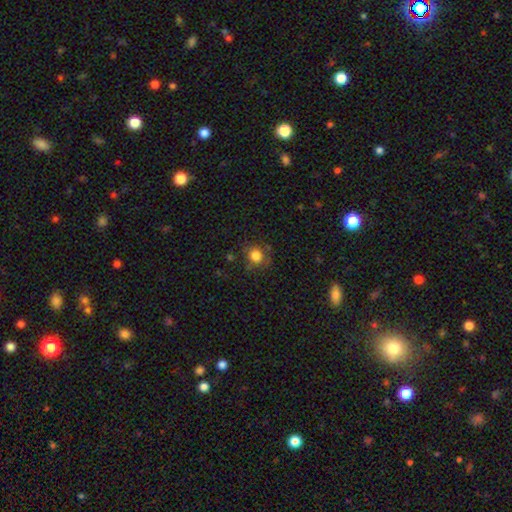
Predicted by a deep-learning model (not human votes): Overall: smooth (81%). How rounded: round (80%). Merging: none (76%).